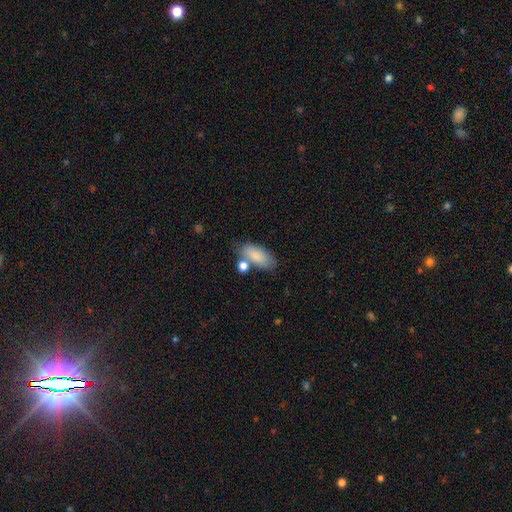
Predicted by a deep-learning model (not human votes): Smooth or featured? Predicted: smooth (p=0.84). How rounded? Predicted: in between (p=0.88). Merging? Predicted: none (p=0.59).